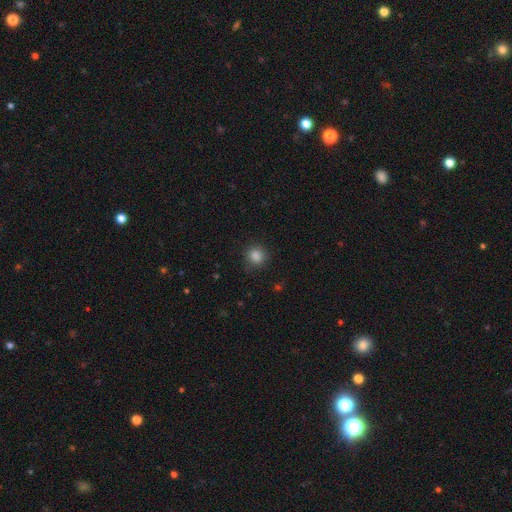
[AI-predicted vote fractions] Q: Smooth or featured?
A: smooth (85%); runner-up: star or artifact (11%)
Q: How rounded?
A: round (88%); runner-up: in between (11%)
Q: Merging?
A: none (84%); runner-up: minor disturbance (11%)